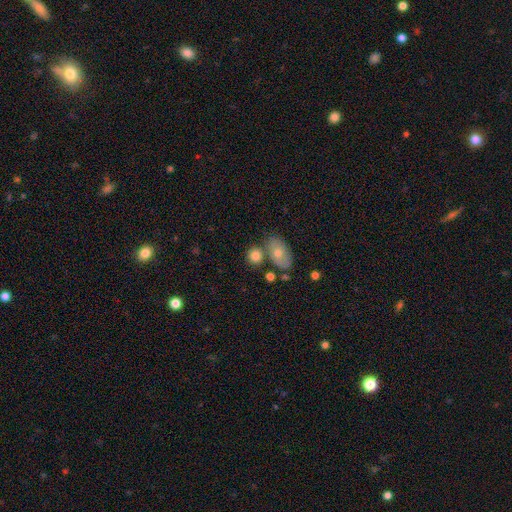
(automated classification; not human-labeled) smooth-or-featured: smooth: 80% | featured or disk: 11% | star or artifact: 9%
  how-rounded: round: 66% | in between: 32% | cigar-shaped: 2%
  merging: none: 62% | merger: 22% | minor disturbance: 12% | major disturbance: 4%